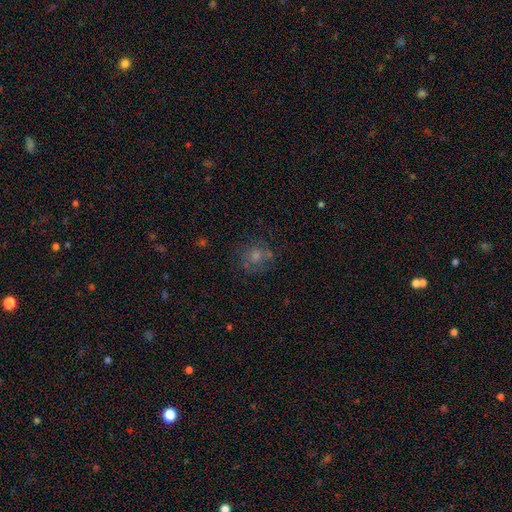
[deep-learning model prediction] This is possibly a smooth galaxy (52%). How rounded: clearly round (83%). Merging: likely none (71%).